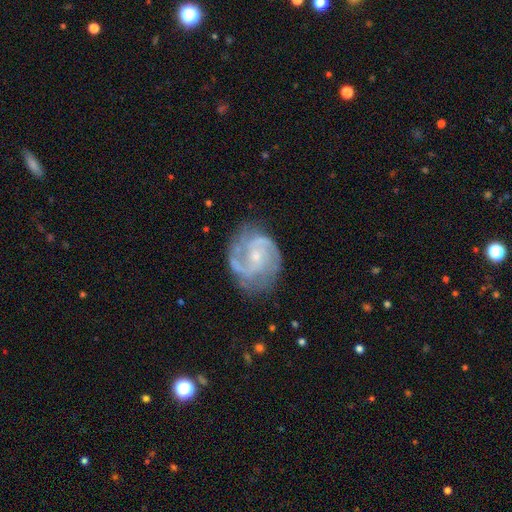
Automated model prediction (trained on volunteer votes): Smooth or featured? Predicted: featured or disk (p=0.90). Edge-on disk? Predicted: no (p=0.98). Bar? Predicted: no (p=0.63). Spiral arms? Predicted: yes (p=0.98). Spiral winding? Predicted: medium (p=0.52). Spiral arm count? Predicted: 2 (p=0.65). Bulge size? Predicted: small (p=0.73). Merging? Predicted: none (p=0.73).